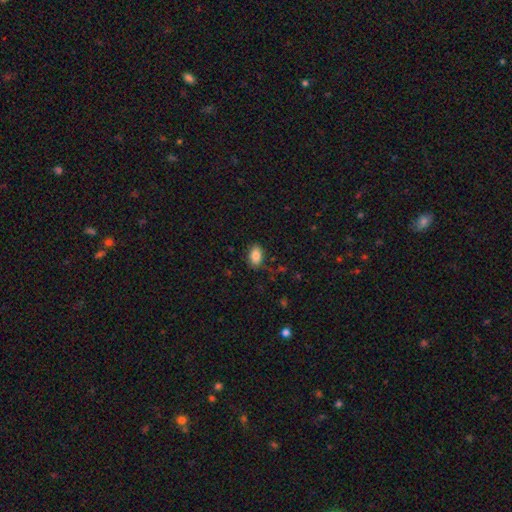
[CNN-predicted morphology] Smooth or featured? smooth (85%)
How rounded? in between (90%)
Merging? none (82%)